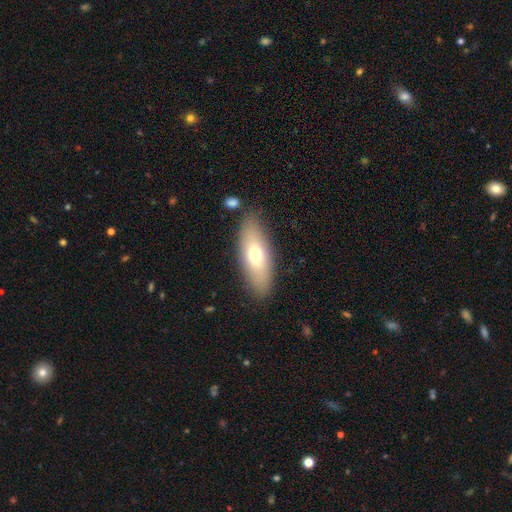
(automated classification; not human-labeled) Overall: smooth (66%). How rounded: in between (71%). Merging: none (84%).